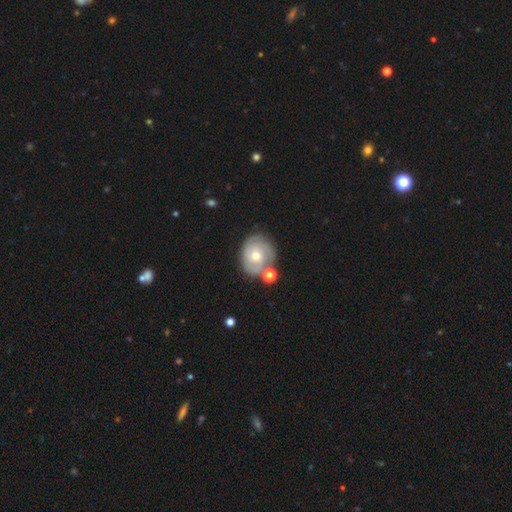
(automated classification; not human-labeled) The model was most divided on "smooth or featured": featured or disk: 59%, smooth: 33%, star or artifact: 8%. More confident: edge-on disk — no (97%); spiral arms — yes (80%); bar — no (76%); bulge size — moderate (61%); merging — none (61%).